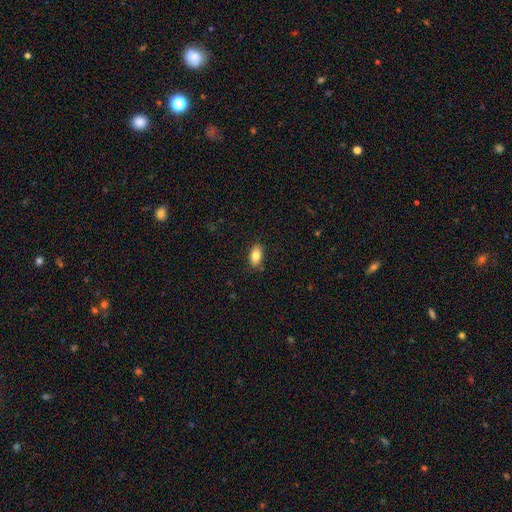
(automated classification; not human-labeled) Q: Smooth or featured?
A: smooth (83%); runner-up: featured or disk (9%)
Q: How rounded?
A: in between (90%); runner-up: round (6%)
Q: Merging?
A: none (86%); runner-up: minor disturbance (11%)